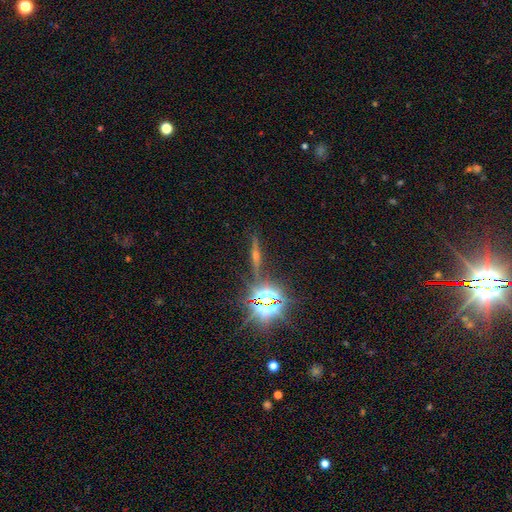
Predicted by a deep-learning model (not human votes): smooth-or-featured: featured or disk: 50% | star or artifact: 35% | smooth: 15%
  disk-edge-on: yes: 93% | no: 7%
  merging: none: 86% | minor disturbance: 9% | merger: 3% | major disturbance: 3%